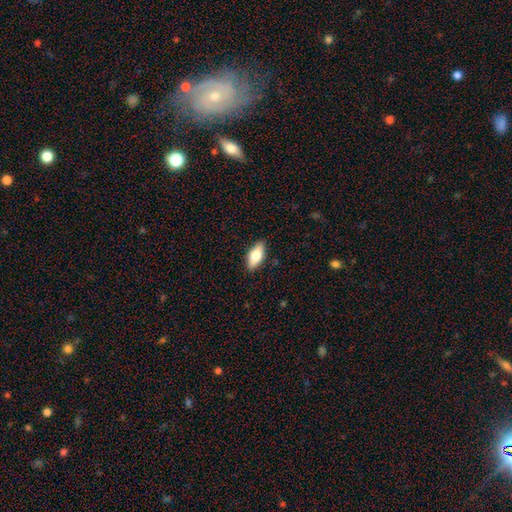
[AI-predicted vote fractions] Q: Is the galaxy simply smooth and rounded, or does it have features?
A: smooth — 71%.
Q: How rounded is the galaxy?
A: in between — 83%.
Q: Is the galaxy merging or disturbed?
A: none — 87%.